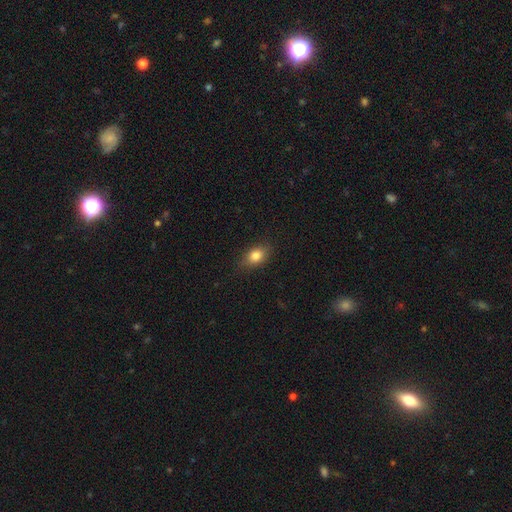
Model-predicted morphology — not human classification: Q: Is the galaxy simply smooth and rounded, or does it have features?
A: smooth — 81%.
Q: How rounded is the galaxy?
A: in between — 78%.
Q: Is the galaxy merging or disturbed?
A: none — 84%.